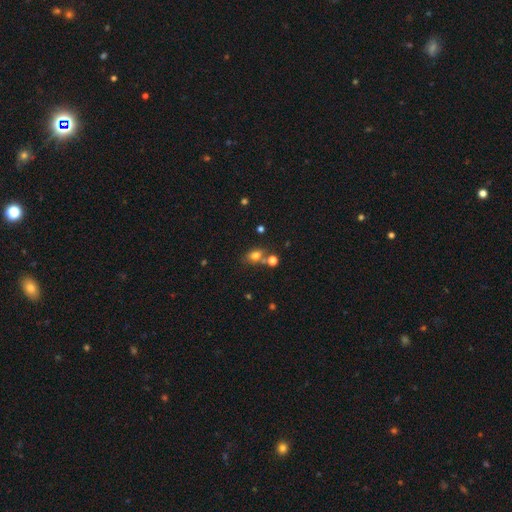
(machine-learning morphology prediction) smooth_or_featured: smooth (p=0.73) [alt: star or artifact p=0.16]
how_rounded: in between (p=0.65) [alt: round p=0.32]
merging: none (p=0.56) [alt: merger p=0.25]